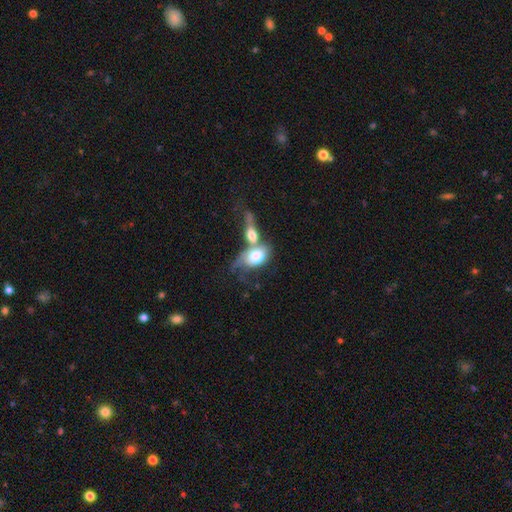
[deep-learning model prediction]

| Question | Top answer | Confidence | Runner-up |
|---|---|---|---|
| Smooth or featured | smooth | 62% | featured or disk (32%) |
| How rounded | in between | 80% | round (16%) |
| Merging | merger | 72% | none (12%) |